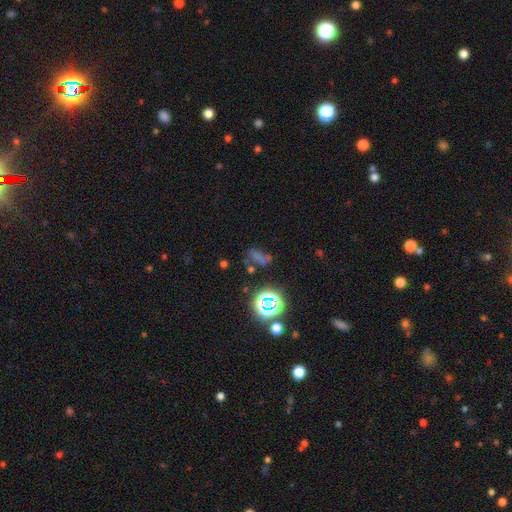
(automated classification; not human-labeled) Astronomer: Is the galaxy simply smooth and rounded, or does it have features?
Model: star or artifact — 47% (runner-up: smooth, 33%).